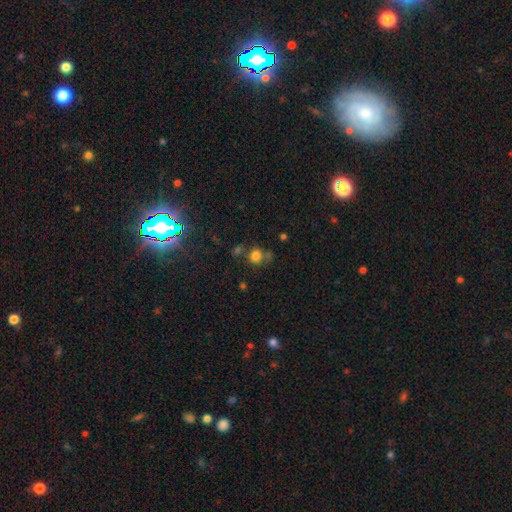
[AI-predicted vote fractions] smooth-or-featured: smooth: 76% | star or artifact: 16% | featured or disk: 8%
  how-rounded: round: 86% | in between: 13% | cigar-shaped: 1%
  merging: none: 63% | merger: 17% | minor disturbance: 14% | major disturbance: 6%